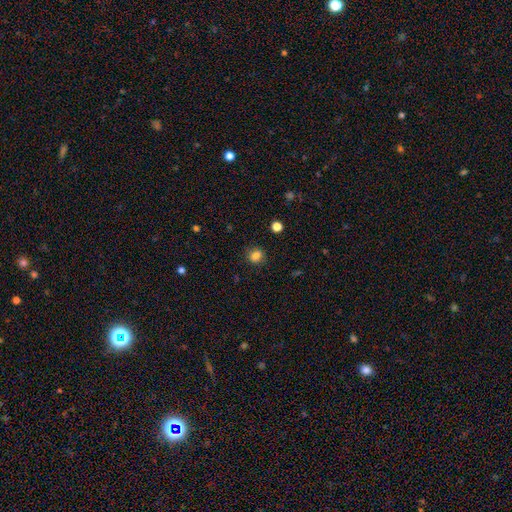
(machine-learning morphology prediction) smooth-or-featured: smooth: 83% | star or artifact: 12% | featured or disk: 5%
  how-rounded: round: 73% | in between: 26% | cigar-shaped: 1%
  merging: none: 84% | minor disturbance: 11% | major disturbance: 3% | merger: 1%